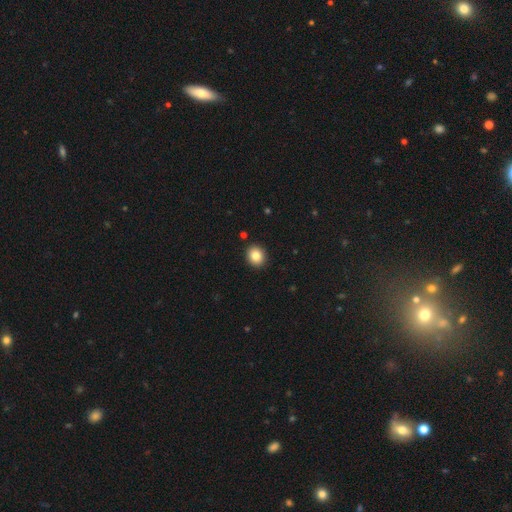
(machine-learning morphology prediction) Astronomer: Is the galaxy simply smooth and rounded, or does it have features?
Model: smooth — 84%.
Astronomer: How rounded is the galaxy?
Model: round — 73%.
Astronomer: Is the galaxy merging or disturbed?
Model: none — 91%.